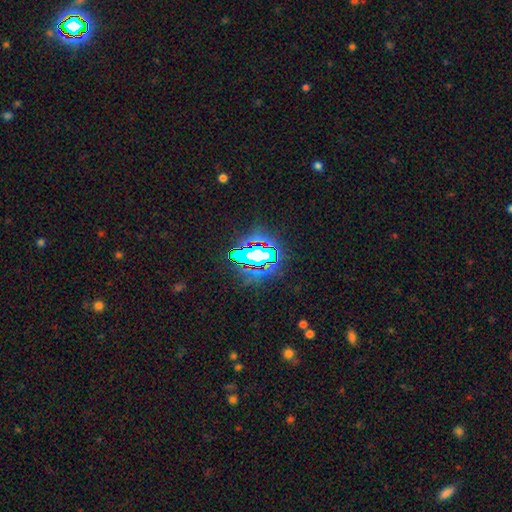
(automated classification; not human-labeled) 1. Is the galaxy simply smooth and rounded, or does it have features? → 68% star or artifact, 16% smooth, 16% featured or disk.